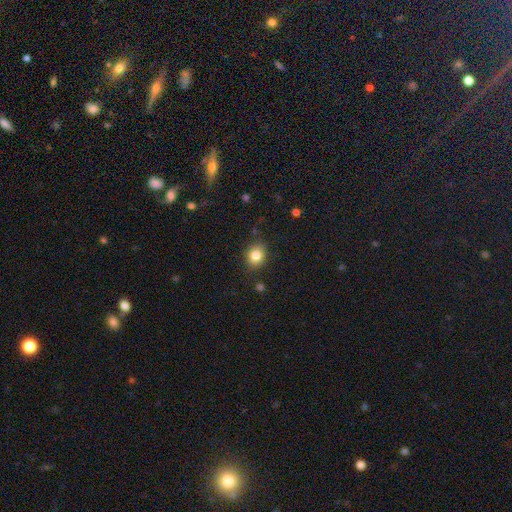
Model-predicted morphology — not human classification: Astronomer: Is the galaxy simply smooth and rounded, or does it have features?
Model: smooth — 84%.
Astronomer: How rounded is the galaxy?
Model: round — 64%.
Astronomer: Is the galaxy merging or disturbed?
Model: none — 84%.